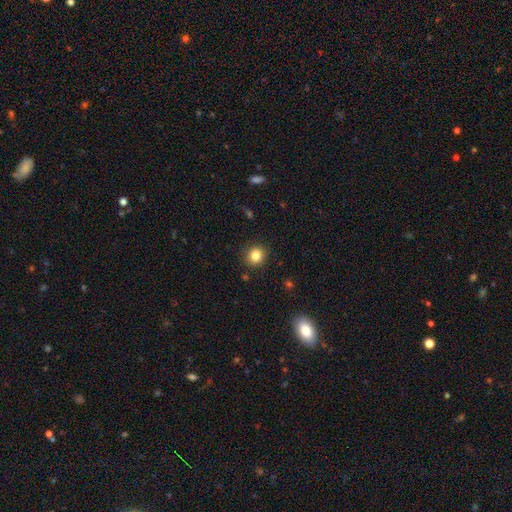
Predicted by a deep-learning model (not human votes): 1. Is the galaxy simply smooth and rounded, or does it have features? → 83% smooth, 11% star or artifact, 6% featured or disk.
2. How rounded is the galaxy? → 84% round, 15% in between, 1% cigar-shaped.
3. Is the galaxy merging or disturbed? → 89% none, 8% minor disturbance, 2% major disturbance, 1% merger.